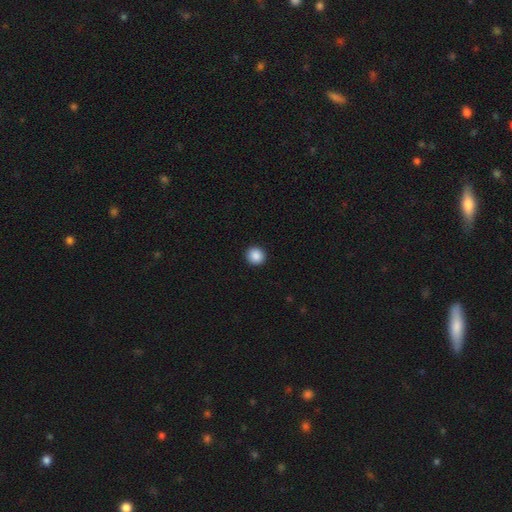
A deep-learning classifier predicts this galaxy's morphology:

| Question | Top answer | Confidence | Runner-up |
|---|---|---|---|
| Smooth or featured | smooth | 89% | star or artifact (9%) |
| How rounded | round | 93% | in between (6%) |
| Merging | none | 93% | minor disturbance (4%) |